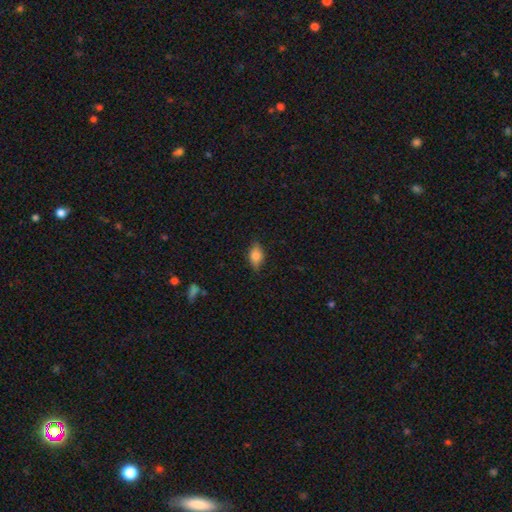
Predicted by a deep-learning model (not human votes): Smooth or featured: smooth — 74% (featured or disk — 17%)
How rounded: in between — 83% (round — 11%)
Merging: none — 79% (minor disturbance — 16%)